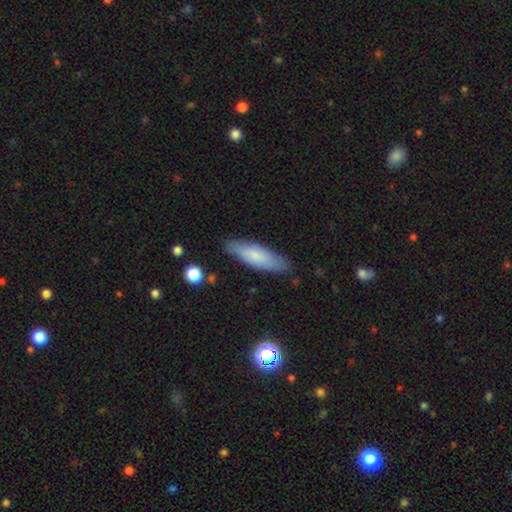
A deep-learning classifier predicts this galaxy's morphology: This is likely a smooth galaxy (72%). How rounded: possibly cigar-shaped (57%). Merging: clearly none (84%).